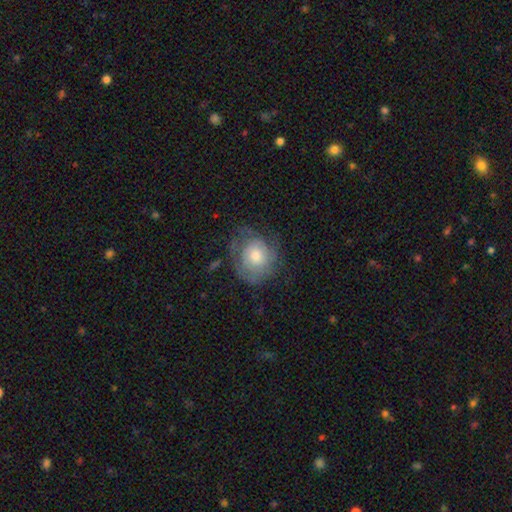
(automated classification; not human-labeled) smooth_or_featured: smooth (p=0.47) [alt: featured or disk p=0.45]
merging: none (p=0.59) [alt: minor disturbance p=0.25]